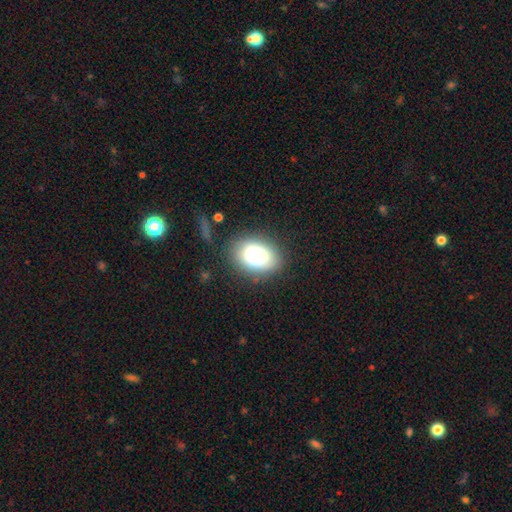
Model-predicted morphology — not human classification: Smooth or featured?
  - smooth: 78% *
  - featured or disk: 11%
  - star or artifact: 10%
How rounded?
  - in between: 75% *
  - round: 24%
  - cigar-shaped: 1%
Merging?
  - none: 79% *
  - minor disturbance: 13%
  - major disturbance: 5%
  - merger: 2%